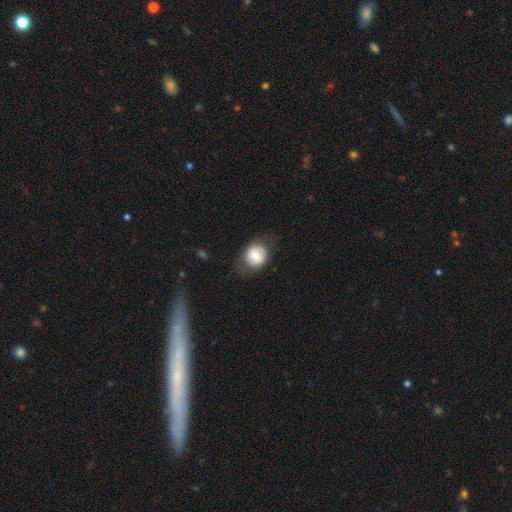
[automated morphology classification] A smooth galaxy with no disk features (60%) that is round (63%). Merging: none (69%).